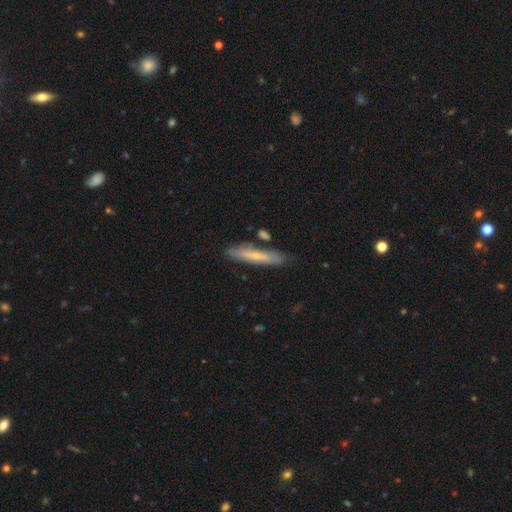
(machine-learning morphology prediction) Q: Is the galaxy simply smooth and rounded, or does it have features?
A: smooth — 54%.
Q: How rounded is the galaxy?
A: cigar-shaped — 87%.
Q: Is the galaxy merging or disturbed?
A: none — 77%.